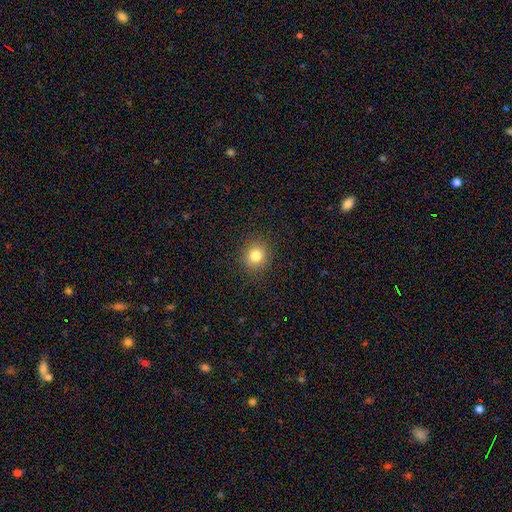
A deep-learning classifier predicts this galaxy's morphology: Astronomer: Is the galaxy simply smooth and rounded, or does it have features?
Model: smooth — 82%.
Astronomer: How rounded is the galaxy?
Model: round — 85%.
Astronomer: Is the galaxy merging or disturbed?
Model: none — 90%.